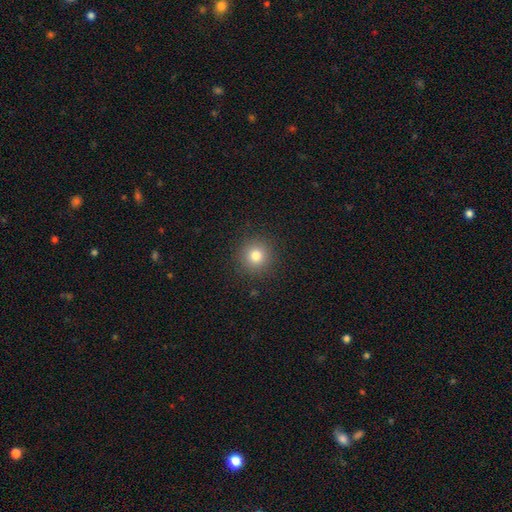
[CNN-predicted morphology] Smooth or featured: smooth — 79% (star or artifact — 14%)
How rounded: round — 94% (in between — 5%)
Merging: none — 91% (minor disturbance — 6%)